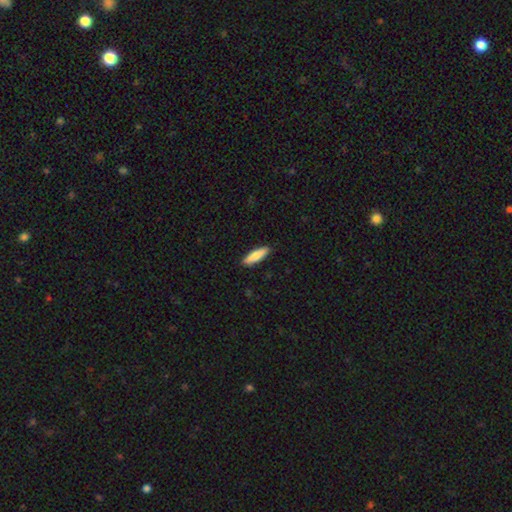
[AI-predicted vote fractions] Q: Smooth or featured?
A: smooth (81%); runner-up: featured or disk (14%)
Q: How rounded?
A: cigar-shaped (66%); runner-up: in between (32%)
Q: Merging?
A: none (90%); runner-up: minor disturbance (7%)